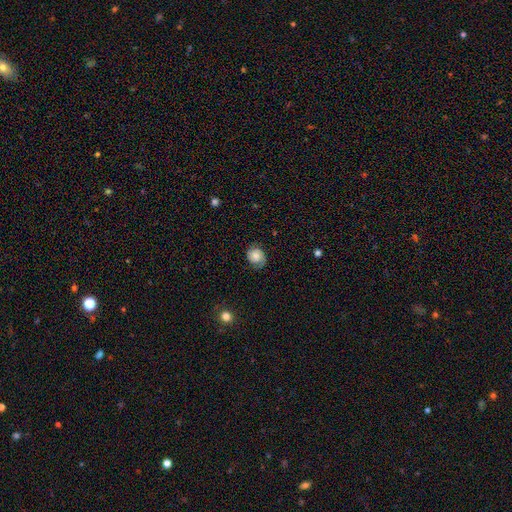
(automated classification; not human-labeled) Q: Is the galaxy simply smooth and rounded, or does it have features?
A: featured or disk — 48%.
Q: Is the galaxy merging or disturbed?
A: none — 74%.